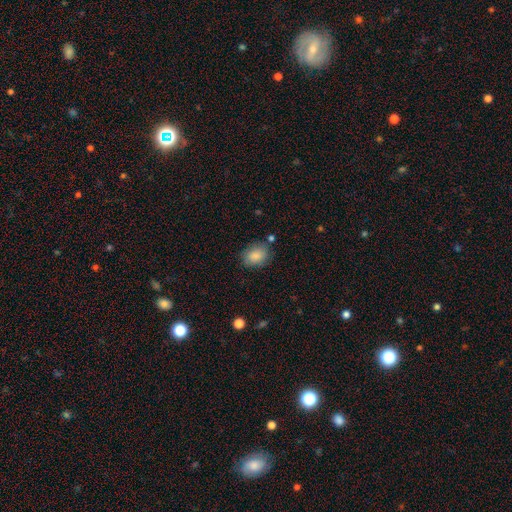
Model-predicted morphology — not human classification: The model was most divided on "how rounded": in between: 73%, round: 26%, cigar-shaped: 1%. More confident: smooth or featured — smooth (87%); merging — none (78%).